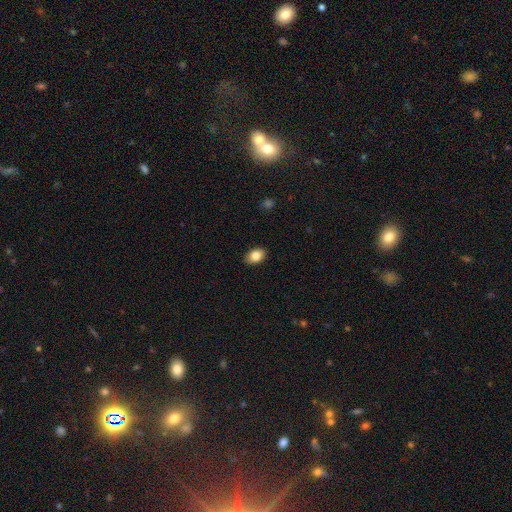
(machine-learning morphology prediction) This is clearly a smooth galaxy (84%). How rounded: clearly in between (83%). Merging: clearly none (89%).